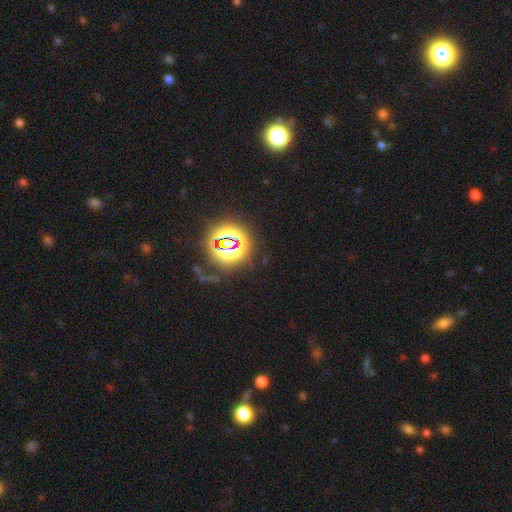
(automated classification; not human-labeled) Q: Smooth or featured?
A: star or artifact (78%); runner-up: smooth (14%)